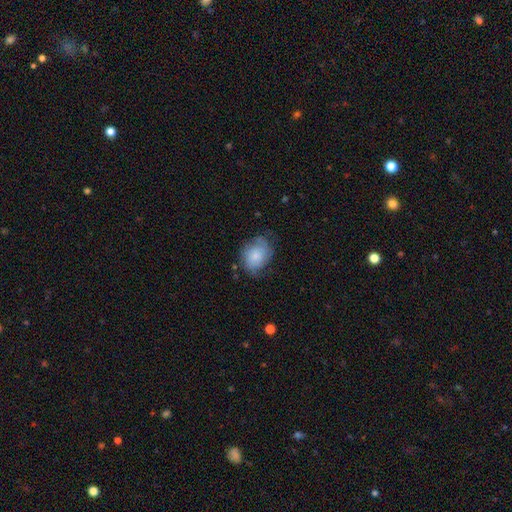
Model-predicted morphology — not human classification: smooth 65%, featured or disk 28%, star or artifact 7%. Down the decision tree: how rounded — in between (60%); merging — none (56%).